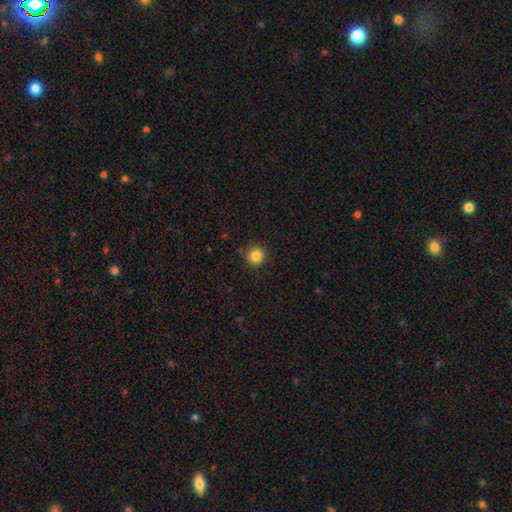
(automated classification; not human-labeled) smooth_or_featured: smooth (p=0.85) [alt: star or artifact p=0.11]
how_rounded: round (p=0.92) [alt: in between p=0.07]
merging: none (p=0.90) [alt: minor disturbance p=0.06]